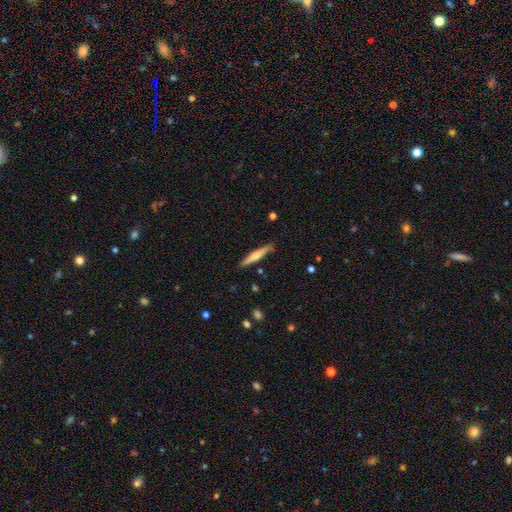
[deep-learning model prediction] The model was most divided on "smooth or featured": smooth: 54%, featured or disk: 41%, star or artifact: 6%. More confident: how rounded — cigar-shaped (92%); merging — none (84%).